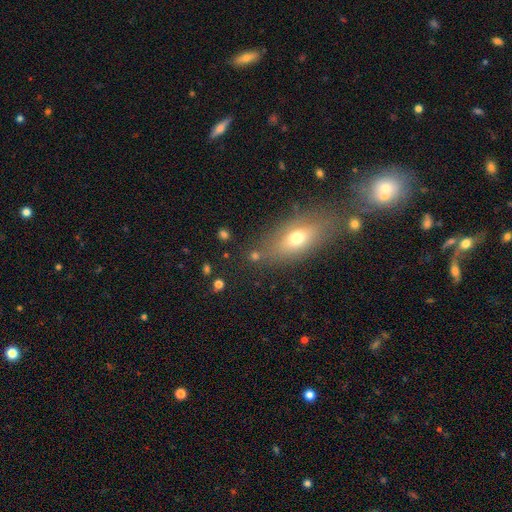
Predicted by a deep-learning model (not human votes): smooth-or-featured: smooth: 61% | featured or disk: 20% | star or artifact: 19%
  how-rounded: in between: 60% | round: 22% | cigar-shaped: 18%
  merging: none: 73% | minor disturbance: 12% | merger: 9% | major disturbance: 5%